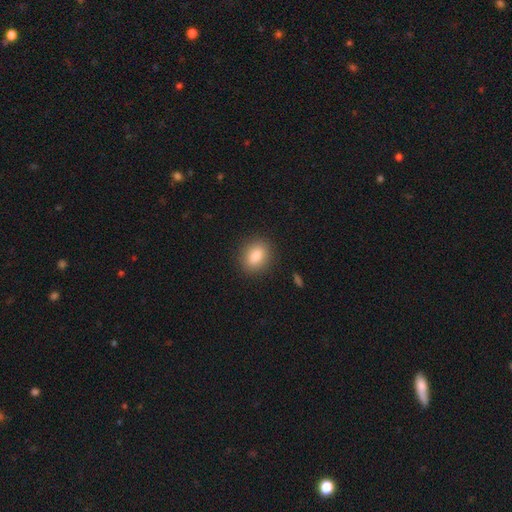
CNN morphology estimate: smooth-or-featured: smooth: 85% | star or artifact: 9% | featured or disk: 6%
  how-rounded: in between: 62% | round: 36% | cigar-shaped: 2%
  merging: none: 89% | minor disturbance: 8% | major disturbance: 2% | merger: 1%